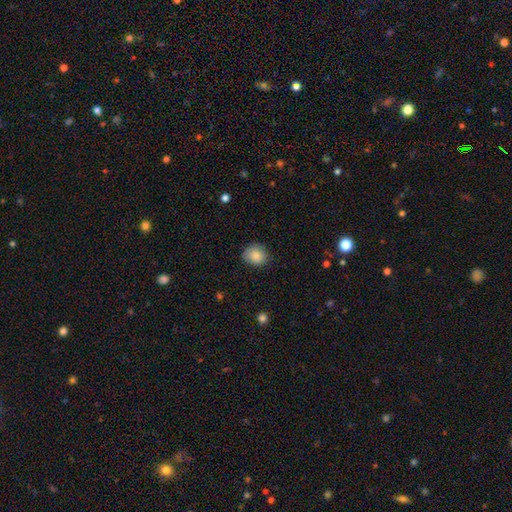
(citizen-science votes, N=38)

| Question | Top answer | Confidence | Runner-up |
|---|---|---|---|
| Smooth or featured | smooth | 84% | star or artifact (11%) |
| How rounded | round | 56% | in between (44%) |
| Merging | none | 68% | minor disturbance (29%) |